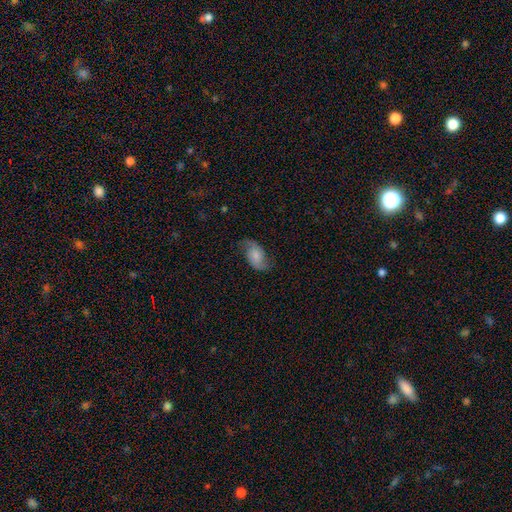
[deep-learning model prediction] Morphology: type=featured or disk (61%); edge-on=no (97%); bar=no (66%); spiral arms=yes (92%); winding=loose (57%); arm count=2 (90%); bulge=small (46%); merging=none (70%).